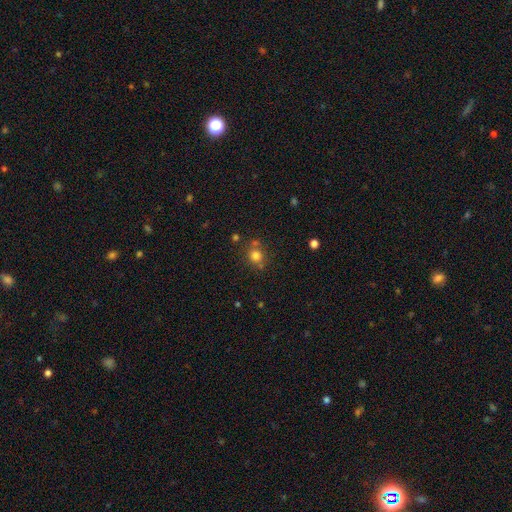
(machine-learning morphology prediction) This appears to be a smooth galaxy with no disk features (78%) that is round (83%). Merging: none (70%).